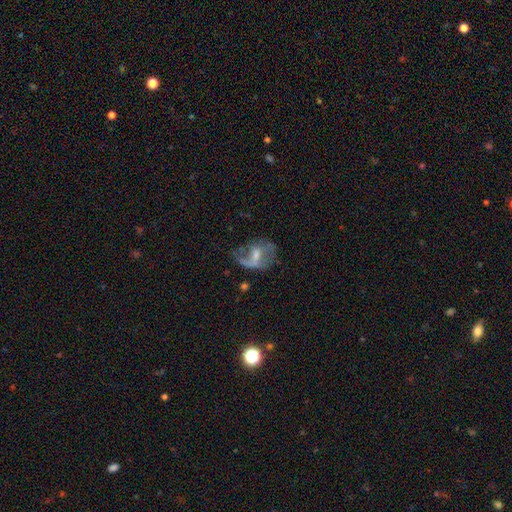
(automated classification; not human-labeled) This appears to be a featured or disk galaxy (69%) with a weak bar (46%), spiral arms (72%) and a moderate central bulge (43%). Merging: none (48%).